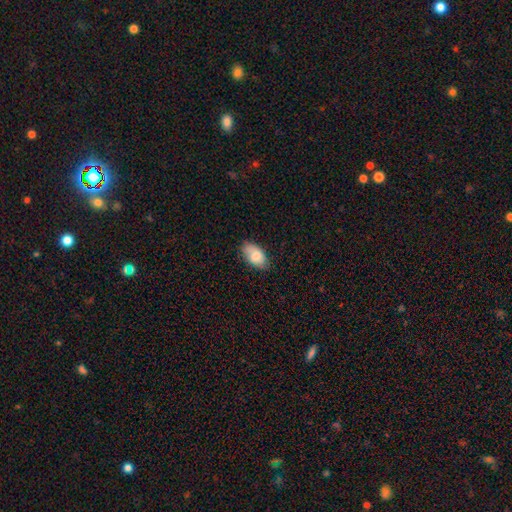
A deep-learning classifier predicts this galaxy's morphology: Q: Smooth or featured?
A: smooth (79%); runner-up: featured or disk (14%)
Q: How rounded?
A: in between (93%); runner-up: round (5%)
Q: Merging?
A: none (70%); runner-up: minor disturbance (23%)